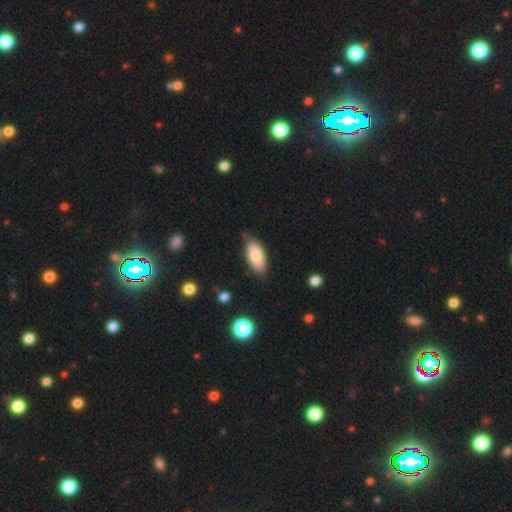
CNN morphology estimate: A smooth galaxy with no disk features (83%) that is in between round and cigar-shaped (86%).

Vote fractions:
- Smooth or featured? smooth: 83% / featured or disk: 11% / star or artifact: 6%
- How rounded? in between: 86% / cigar-shaped: 12% / round: 2%
- Merging? none: 78% / minor disturbance: 17% / major disturbance: 3% / merger: 2%